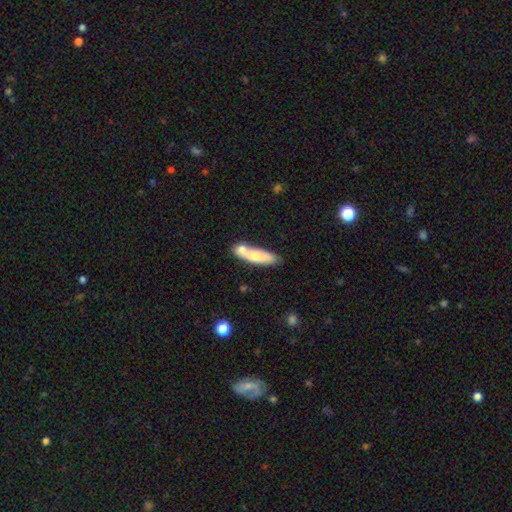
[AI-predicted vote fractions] smooth 69%, featured or disk 26%, star or artifact 6%. Down the decision tree: how rounded — cigar-shaped (69%); merging — none (49%).